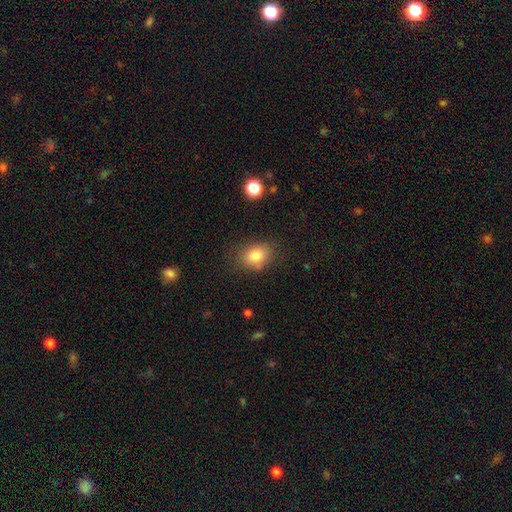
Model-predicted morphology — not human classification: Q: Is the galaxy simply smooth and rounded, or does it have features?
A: smooth — 80%.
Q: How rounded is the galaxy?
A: in between — 60%.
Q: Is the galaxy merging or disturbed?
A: none — 77%.